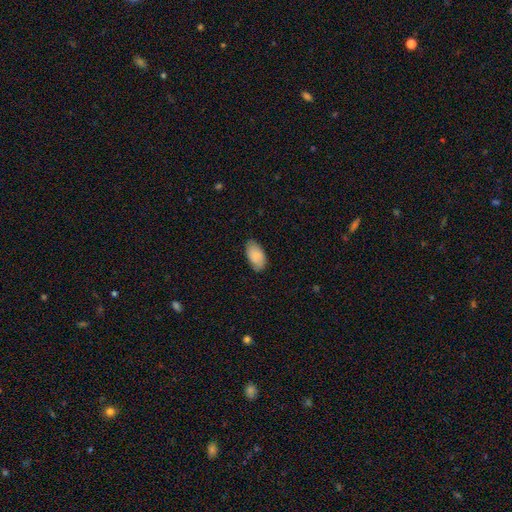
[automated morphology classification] Overall: smooth (84%). How rounded: in between (95%). Merging: none (78%).